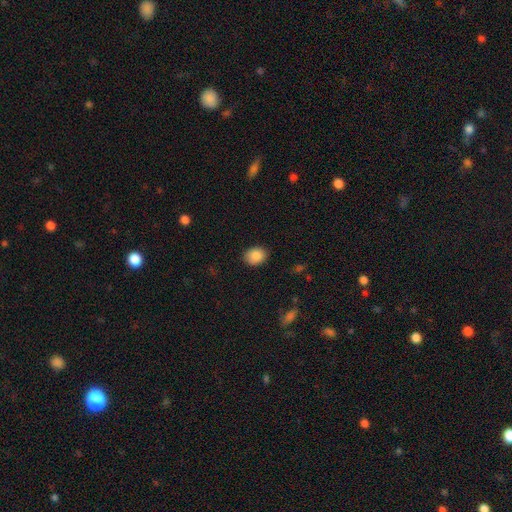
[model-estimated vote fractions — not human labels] Smooth or featured: smooth — 88% (star or artifact — 8%)
How rounded: round — 50% (in between — 49%)
Merging: none — 85% (minor disturbance — 11%)